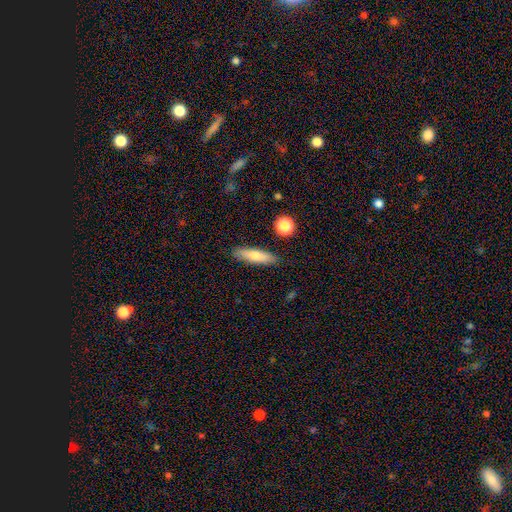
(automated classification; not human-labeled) smooth_or_featured: smooth (p=0.70) [alt: featured or disk p=0.23]
how_rounded: cigar-shaped (p=0.69) [alt: in between p=0.28]
merging: none (p=0.87) [alt: minor disturbance p=0.09]